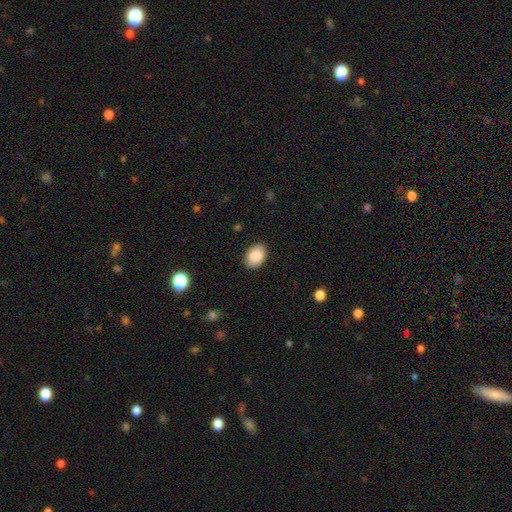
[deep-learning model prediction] Morphology: type=smooth (89%); roundness=in between (80%); merging=none (87%).